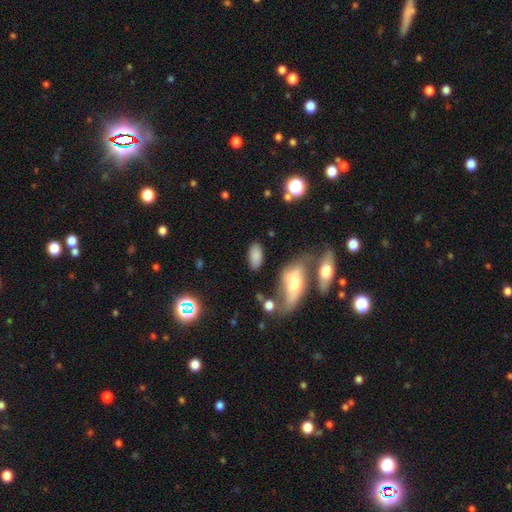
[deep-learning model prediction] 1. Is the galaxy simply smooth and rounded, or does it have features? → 82% smooth, 10% featured or disk, 8% star or artifact.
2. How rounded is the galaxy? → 91% in between, 5% cigar-shaped, 4% round.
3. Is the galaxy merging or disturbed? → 73% none, 14% minor disturbance, 8% merger, 6% major disturbance.